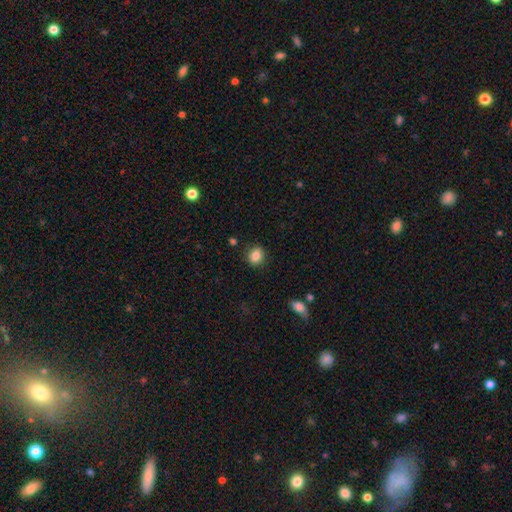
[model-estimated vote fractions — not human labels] This is clearly a smooth galaxy (85%). How rounded: likely round (68%). Merging: clearly none (87%).